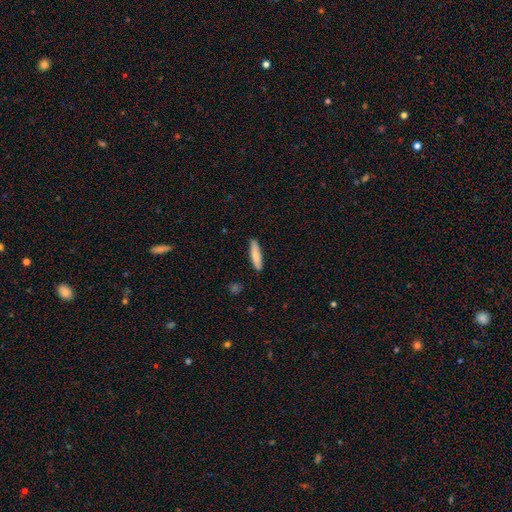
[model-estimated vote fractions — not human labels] This appears to be a smooth galaxy with no disk features (76%) that is cigar-shaped (78%). Merging: none (89%).